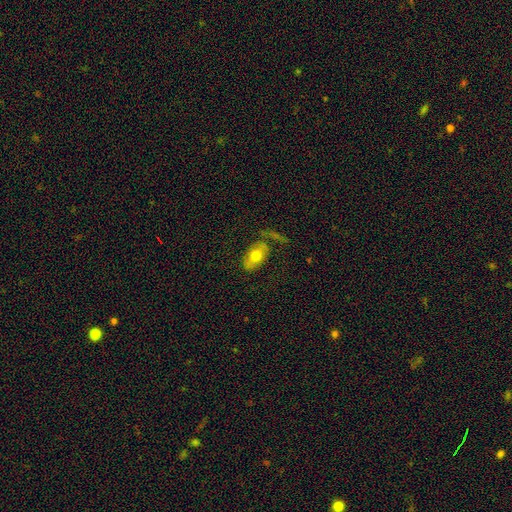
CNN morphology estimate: Overall: smooth (65%; featured or disk 28%). How rounded: in between (90%). Merging: none (55%; minor disturbance 22%).